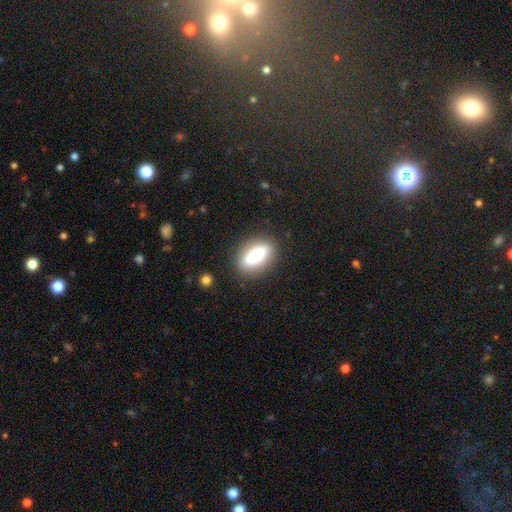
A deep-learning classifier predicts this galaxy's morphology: Smooth or featured: smooth — 64% (featured or disk — 28%)
How rounded: in between — 76% (cigar-shaped — 16%)
Merging: none — 86% (minor disturbance — 9%)